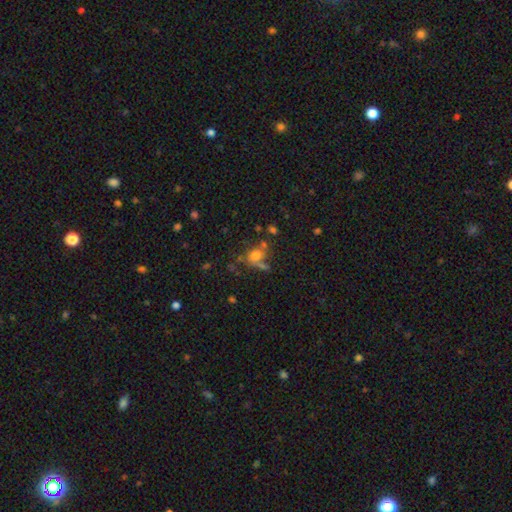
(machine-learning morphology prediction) type=smooth (62%); roundness=round (58%); merging=none (44%).